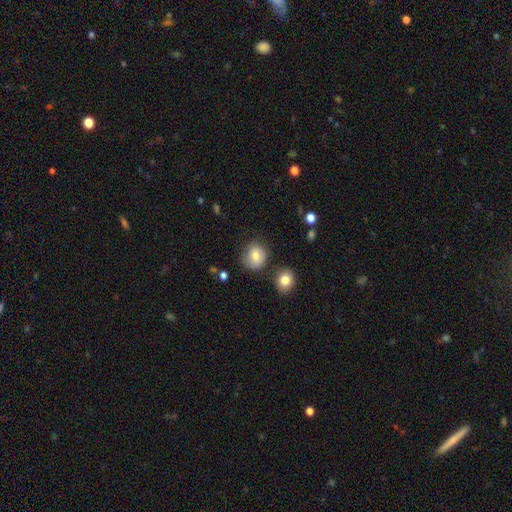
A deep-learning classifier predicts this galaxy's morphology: The model was most divided on "merging": none: 72%, minor disturbance: 18%, major disturbance: 5%, merger: 4%. More confident: smooth or featured — smooth (80%); how rounded — round (77%).